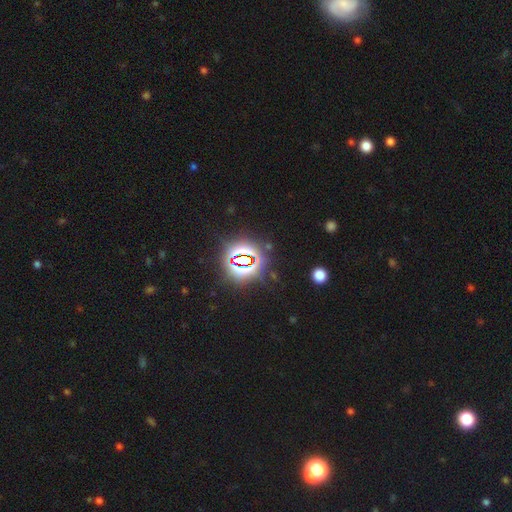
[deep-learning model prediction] Smooth or featured?
  - star or artifact: 79% *
  - smooth: 13%
  - featured or disk: 7%